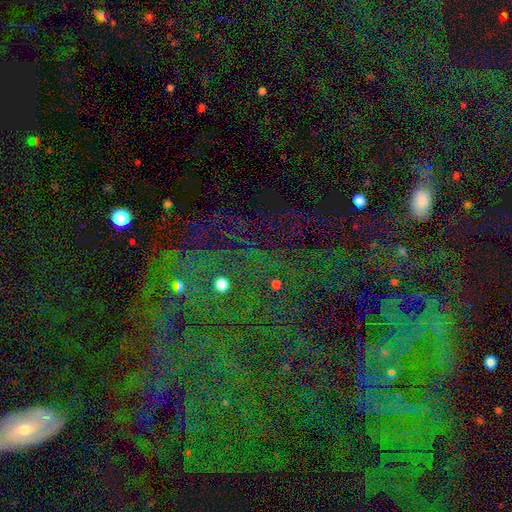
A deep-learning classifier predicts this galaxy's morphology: Smooth or featured? Predicted: star or artifact (p=0.75).